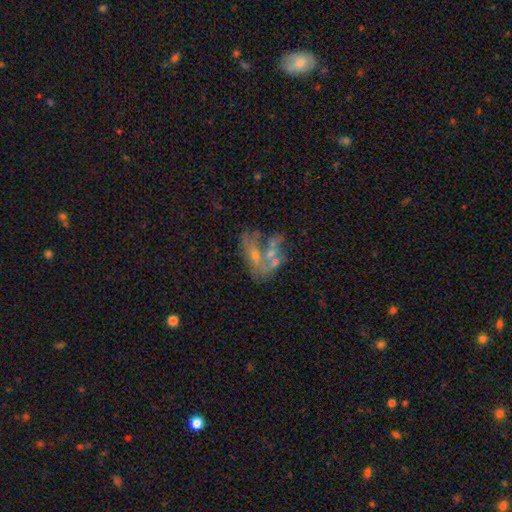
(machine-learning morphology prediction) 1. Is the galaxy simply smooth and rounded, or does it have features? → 57% featured or disk, 26% smooth, 16% star or artifact.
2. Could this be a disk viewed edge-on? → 96% no, 4% yes.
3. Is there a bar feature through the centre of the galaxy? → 81% no, 14% weak, 5% strong.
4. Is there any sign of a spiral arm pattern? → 76% no, 24% yes.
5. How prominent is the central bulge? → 48% small, 24% moderate, 24% none, 2% large, 2% dominant.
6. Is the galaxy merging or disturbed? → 41% merger, 26% none, 20% major disturbance, 13% minor disturbance.